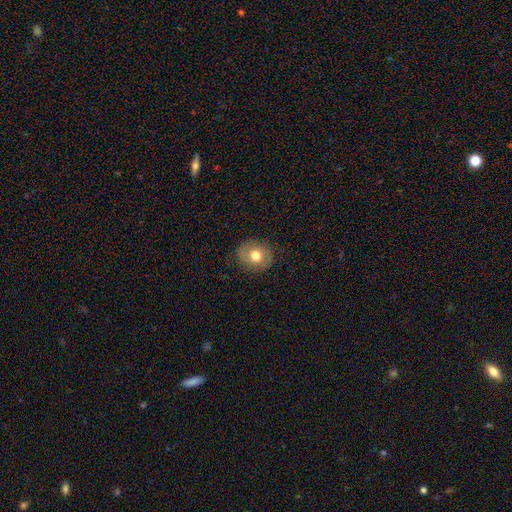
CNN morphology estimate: Smooth or featured? Predicted: smooth (p=0.72). How rounded? Predicted: round (p=0.72). Merging? Predicted: none (p=0.86).